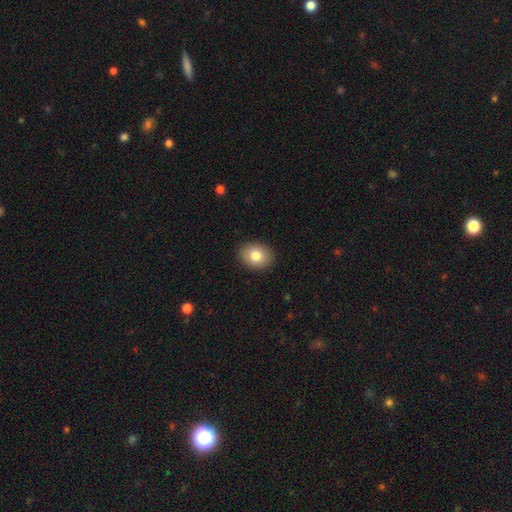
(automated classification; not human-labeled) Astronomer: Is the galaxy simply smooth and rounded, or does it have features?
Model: smooth — 81%.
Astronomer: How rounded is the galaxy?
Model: in between — 66%.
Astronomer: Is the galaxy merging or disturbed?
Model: none — 90%.